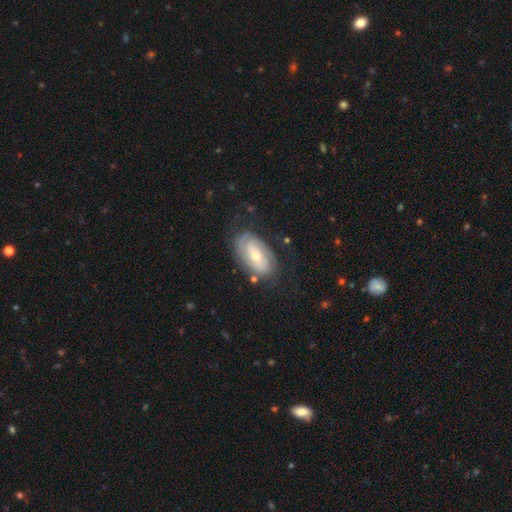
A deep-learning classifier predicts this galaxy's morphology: smooth_or_featured: featured or disk (p=0.69) [alt: smooth p=0.25]
disk_edge_on: no (p=0.94) [alt: yes p=0.06]
bar: no (p=0.50) [alt: weak p=0.35]
has_spiral_arms: yes (p=0.83) [alt: no p=0.17]
spiral_winding: tight (p=0.61) [alt: medium p=0.27]
spiral_arm_count: 2 (p=0.46) [alt: can't tell p=0.36]
bulge_size: small (p=0.54) [alt: moderate p=0.42]
merging: none (p=0.68) [alt: minor disturbance p=0.20]